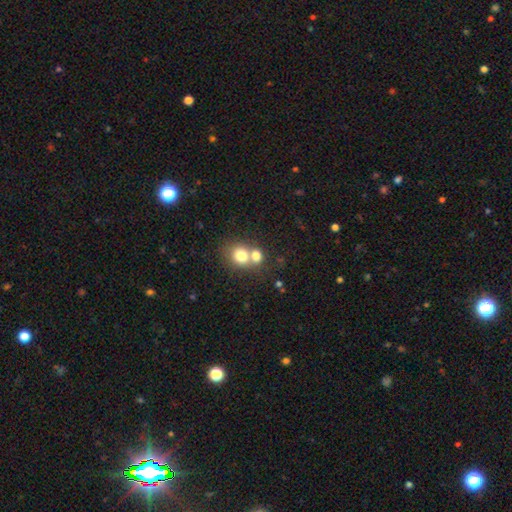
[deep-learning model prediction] This appears to be a smooth galaxy with no disk features (75%) that is round (70%). Merging: merger (56%).